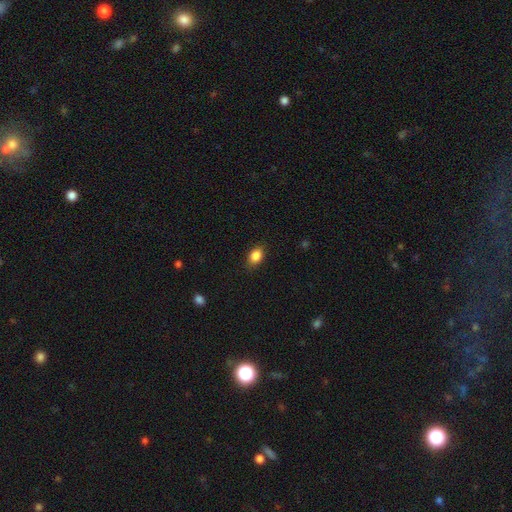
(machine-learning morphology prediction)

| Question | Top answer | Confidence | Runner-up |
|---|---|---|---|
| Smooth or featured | smooth | 87% | star or artifact (9%) |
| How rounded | in between | 75% | round (24%) |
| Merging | none | 84% | minor disturbance (13%) |